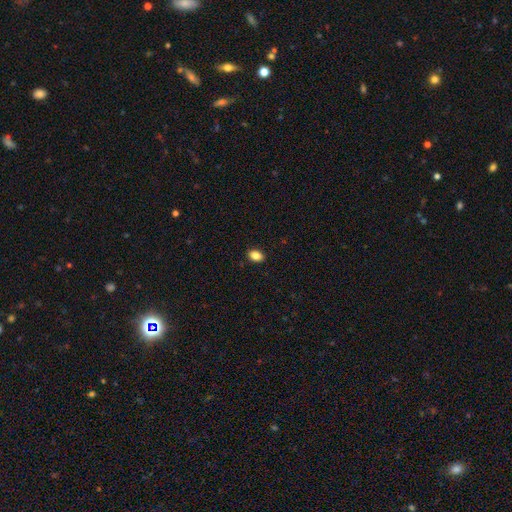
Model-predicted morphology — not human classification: smooth 85%, star or artifact 9%, featured or disk 5%. Down the decision tree: how rounded — in between (80%); merging — none (90%).